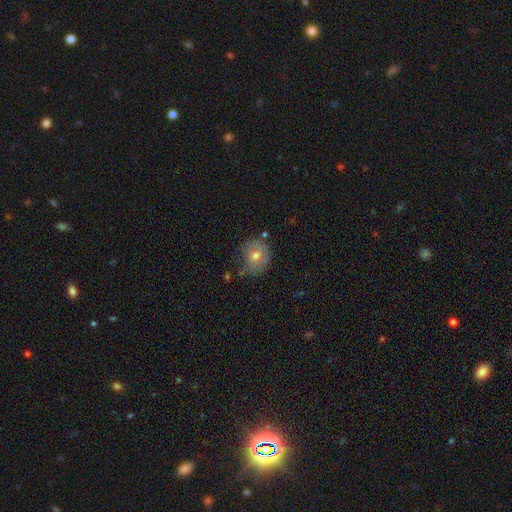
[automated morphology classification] The model was most divided on "merging": none: 54%, minor disturbance: 29%, major disturbance: 11%, merger: 5%. More confident: how rounded — round (68%); smooth or featured — smooth (62%).